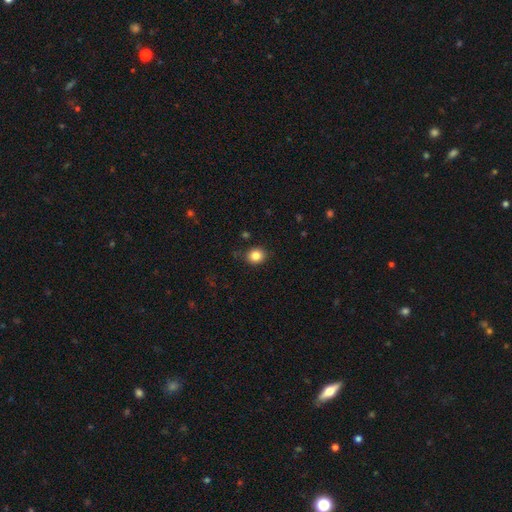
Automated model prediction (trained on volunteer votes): A smooth galaxy with no disk features (85%) that is round (72%). Merging: none (87%).